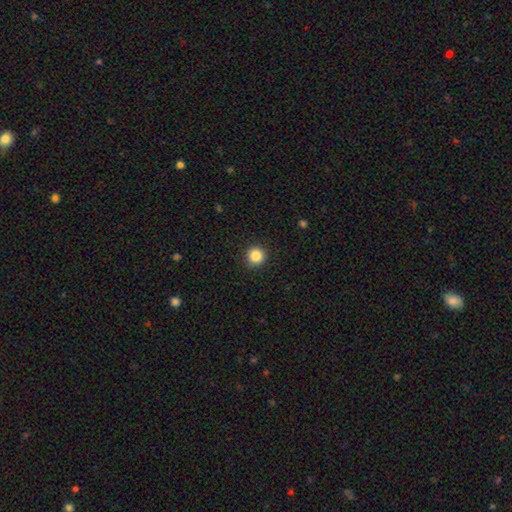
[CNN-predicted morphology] This appears to be a smooth galaxy with no disk features (86%) that is round (95%). Merging: none (92%).